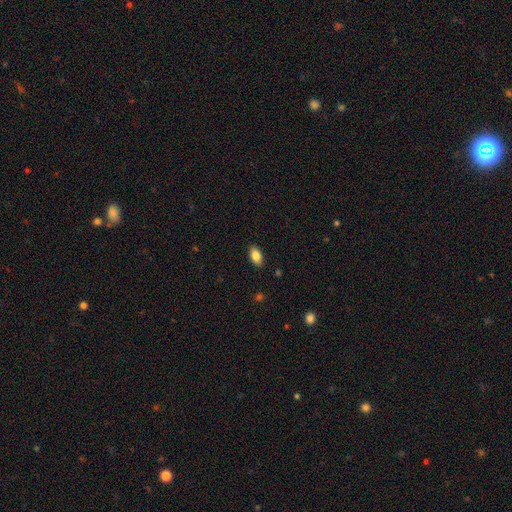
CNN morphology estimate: type=smooth (85%); roundness=in between (92%); merging=none (88%).